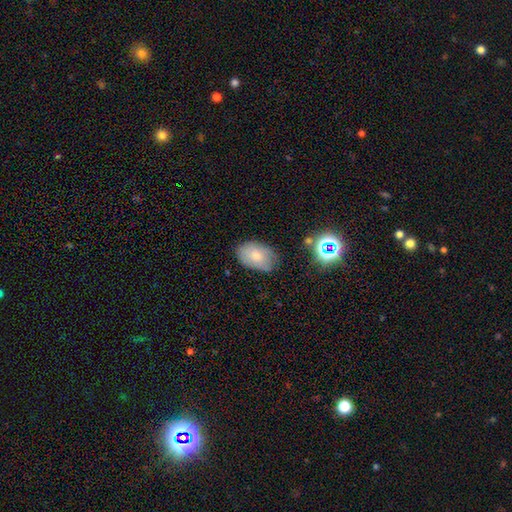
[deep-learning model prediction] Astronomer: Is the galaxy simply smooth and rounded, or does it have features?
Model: smooth — 70%.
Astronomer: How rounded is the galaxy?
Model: in between — 86%.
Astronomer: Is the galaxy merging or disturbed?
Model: none — 71%.